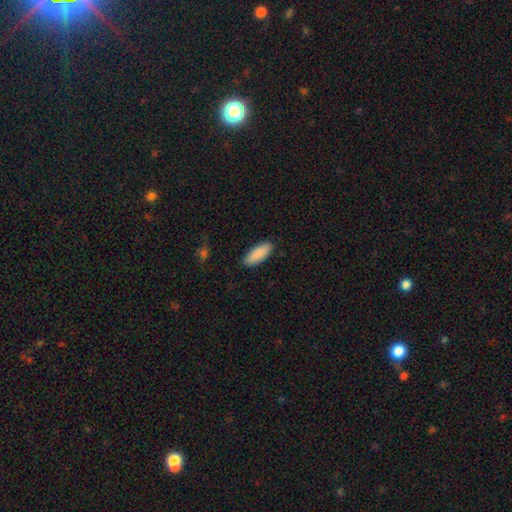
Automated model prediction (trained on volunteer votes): This appears to be a smooth galaxy with no disk features (89%) that is in between round and cigar-shaped (77%). Merging: none (89%).